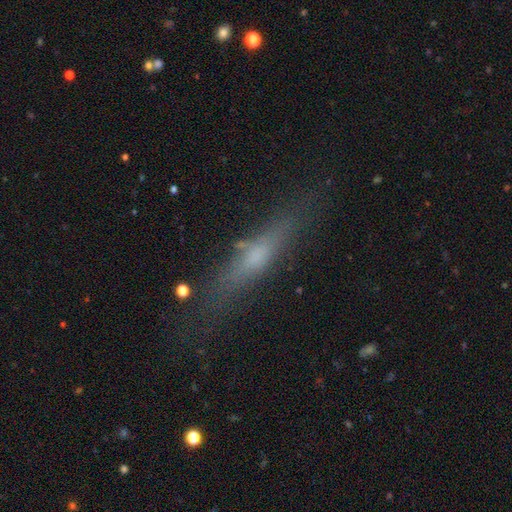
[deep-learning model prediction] Q: Smooth or featured?
A: featured or disk (45%); runner-up: smooth (44%)
Q: Merging?
A: none (74%); runner-up: minor disturbance (17%)